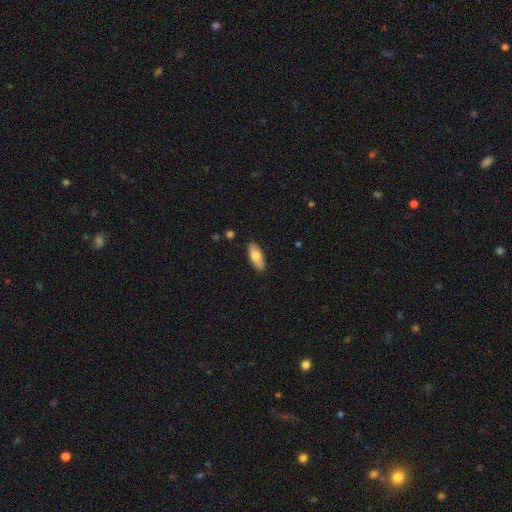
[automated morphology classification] type=smooth (70%); roundness=in between (81%); merging=none (86%).